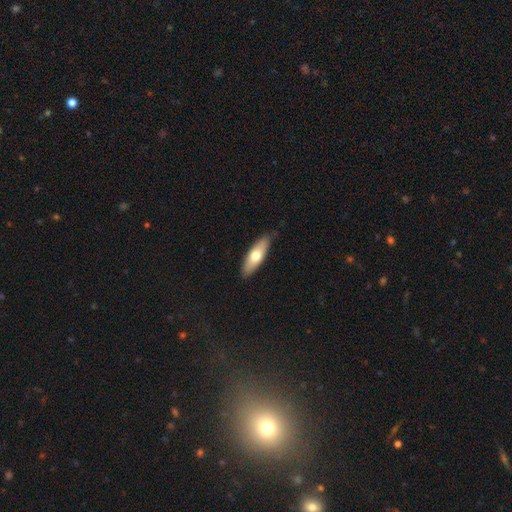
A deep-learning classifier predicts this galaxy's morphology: type=smooth (64%); roundness=in between (56%); merging=none (86%).